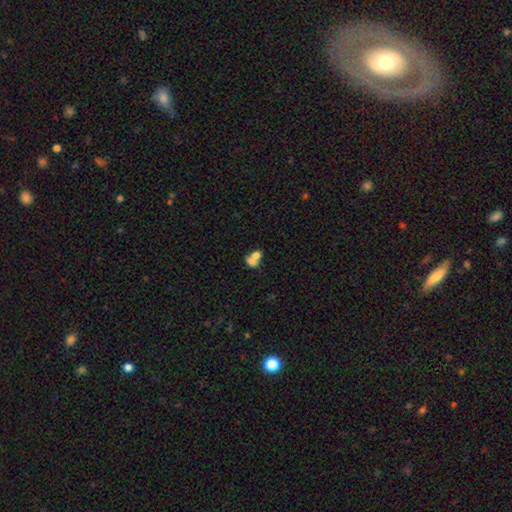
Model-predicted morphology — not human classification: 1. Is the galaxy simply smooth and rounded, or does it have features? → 70% smooth, 20% featured or disk, 10% star or artifact.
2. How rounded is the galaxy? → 63% in between, 36% round, 2% cigar-shaped.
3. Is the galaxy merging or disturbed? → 71% merger, 19% none, 6% minor disturbance, 4% major disturbance.